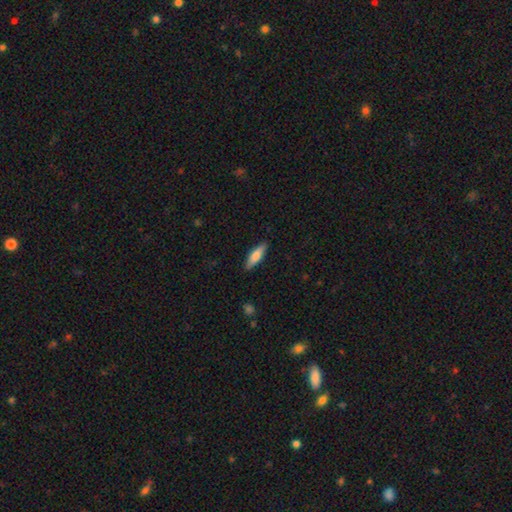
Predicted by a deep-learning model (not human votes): Q: Smooth or featured?
A: smooth (72%); runner-up: featured or disk (23%)
Q: How rounded?
A: cigar-shaped (57%); runner-up: in between (42%)
Q: Merging?
A: none (88%); runner-up: minor disturbance (9%)